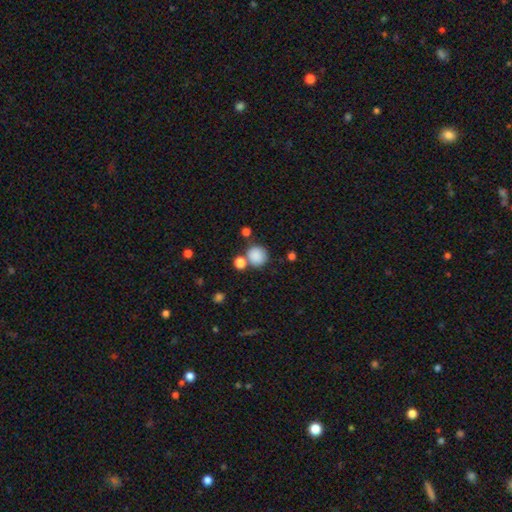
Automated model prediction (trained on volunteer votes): Smooth or featured? smooth (86%)
How rounded? round (89%)
Merging? none (71%)